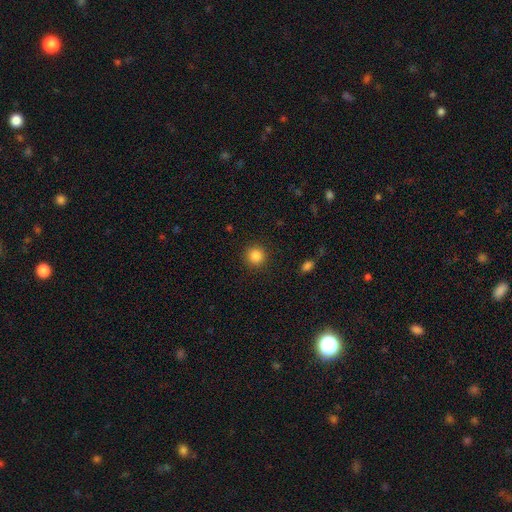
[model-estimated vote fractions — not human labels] Morphology: type=smooth (85%); roundness=round (93%); merging=none (91%).